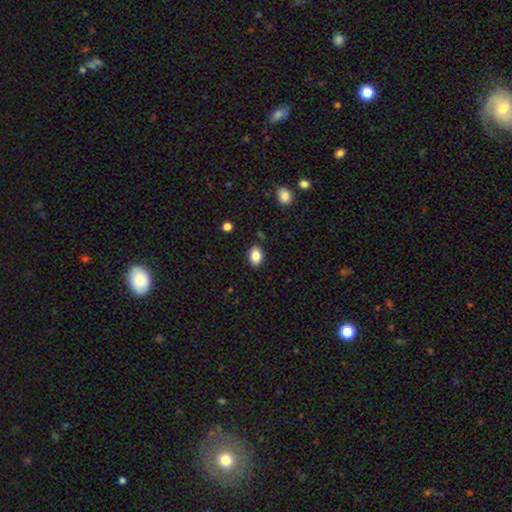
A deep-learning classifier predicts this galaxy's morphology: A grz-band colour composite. It shows a smooth galaxy with no disk features (85%) that is in between round and cigar-shaped (80%). Merging: none (87%).